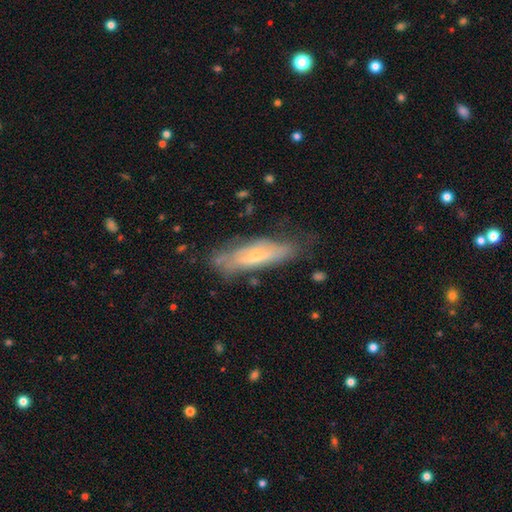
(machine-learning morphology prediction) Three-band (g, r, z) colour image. It shows a featured or disk galaxy (56%). Merging: none (62%).